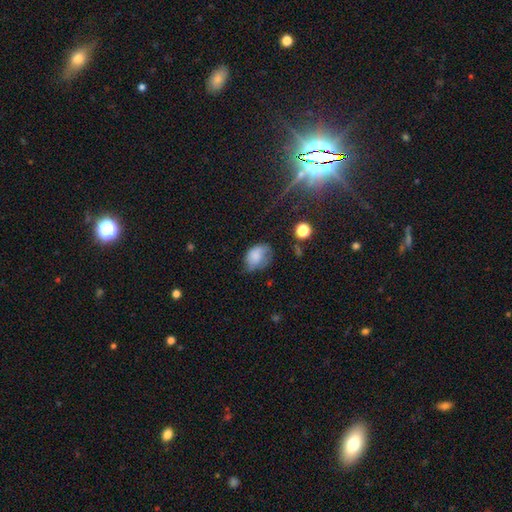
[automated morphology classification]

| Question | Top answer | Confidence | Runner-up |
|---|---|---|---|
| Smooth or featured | smooth | 71% | featured or disk (19%) |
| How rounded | in between | 73% | round (26%) |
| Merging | none | 42% | minor disturbance (37%) |